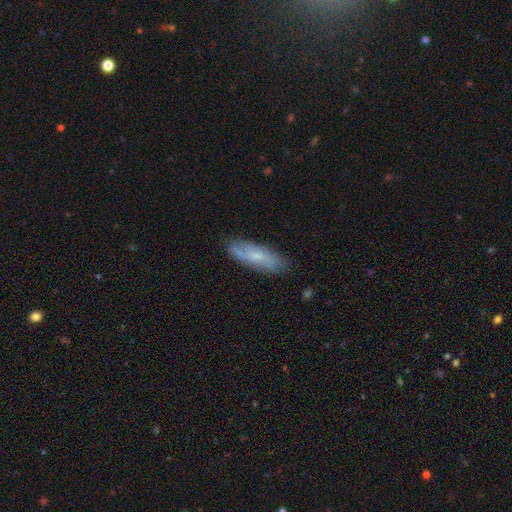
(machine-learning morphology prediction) A smooth galaxy with no disk features (50%). Merging: none (74%).